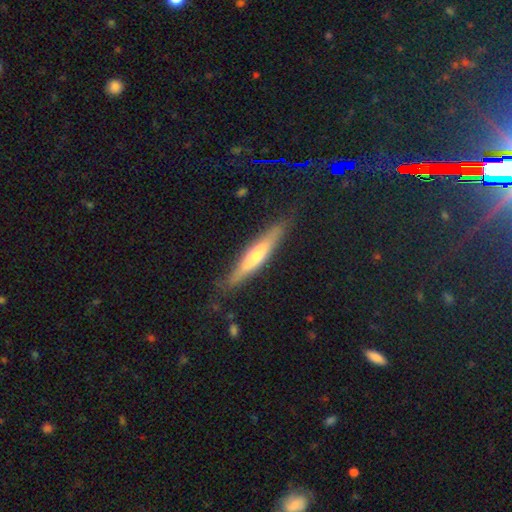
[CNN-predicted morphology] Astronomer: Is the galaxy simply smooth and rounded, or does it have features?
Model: featured or disk — 48% (runner-up: smooth, 45%).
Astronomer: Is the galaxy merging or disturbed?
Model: none — 84%.